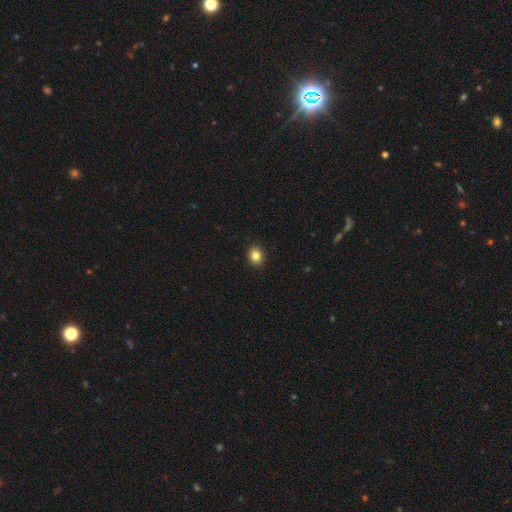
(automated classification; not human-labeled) Smooth or featured?
  - smooth: 84% *
  - star or artifact: 11%
  - featured or disk: 6%
How rounded?
  - round: 58% *
  - in between: 41%
  - cigar-shaped: 1%
Merging?
  - none: 92% *
  - minor disturbance: 6%
  - major disturbance: 2%
  - merger: 1%